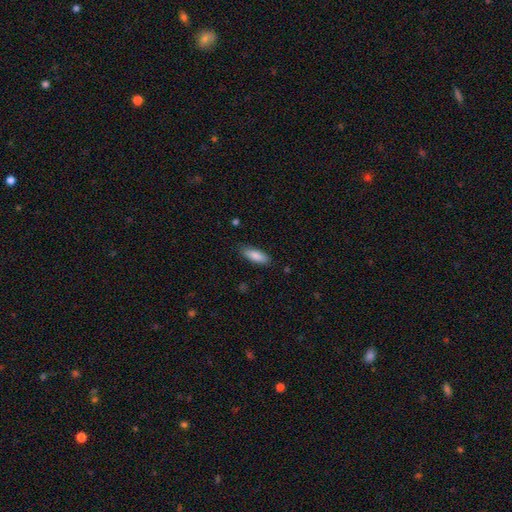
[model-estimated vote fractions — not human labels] Smooth or featured: smooth — 86% (featured or disk — 8%)
How rounded: in between — 63% (cigar-shaped — 35%)
Merging: none — 85% (minor disturbance — 12%)